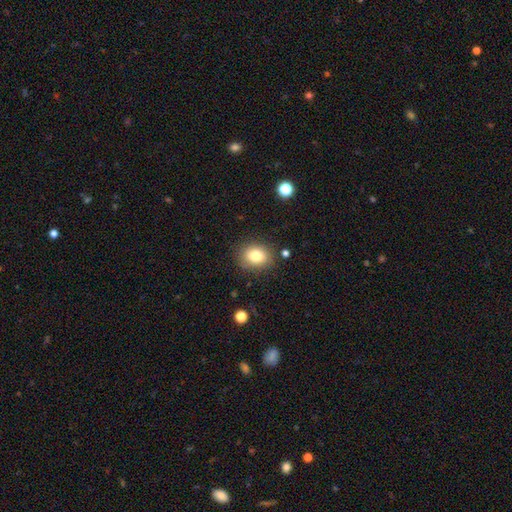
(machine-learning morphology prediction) The model was most divided on "how rounded": in between: 55%, round: 44%, cigar-shaped: 1%. More confident: merging — none (84%); smooth or featured — smooth (82%).